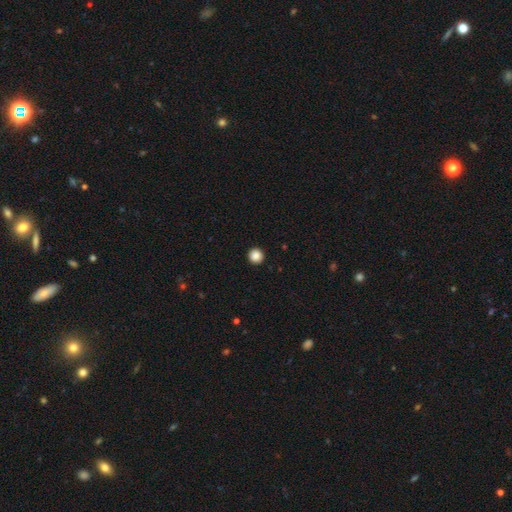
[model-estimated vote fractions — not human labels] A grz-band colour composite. It shows a smooth galaxy with no disk features (88%) that is round (95%). Merging: none (94%).